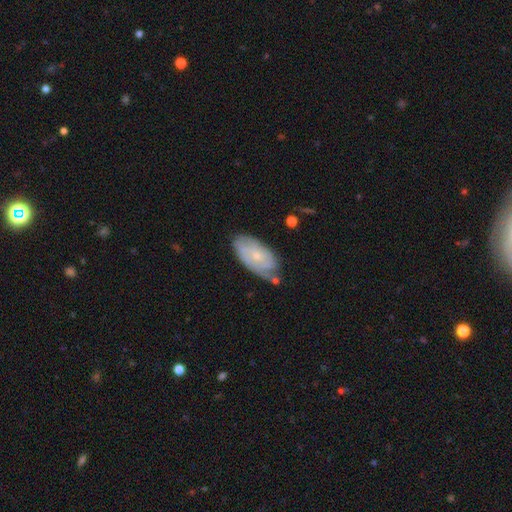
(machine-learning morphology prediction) This appears to be a featured or disk galaxy (63%) with no bar (69%), spiral arms (83%) and a small central bulge (69%). Merging: none (60%).